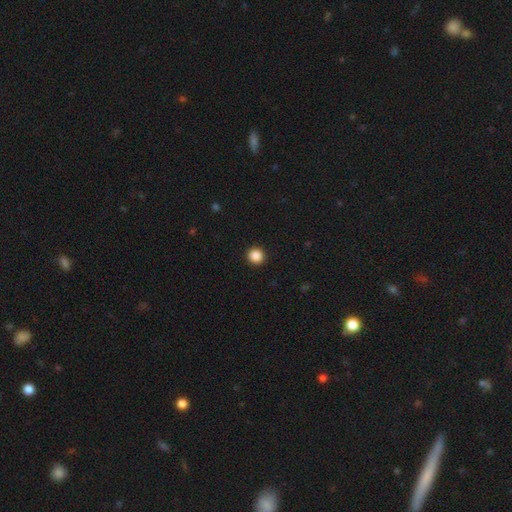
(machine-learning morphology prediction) Overall: smooth (87%). How rounded: round (95%). Merging: none (94%).